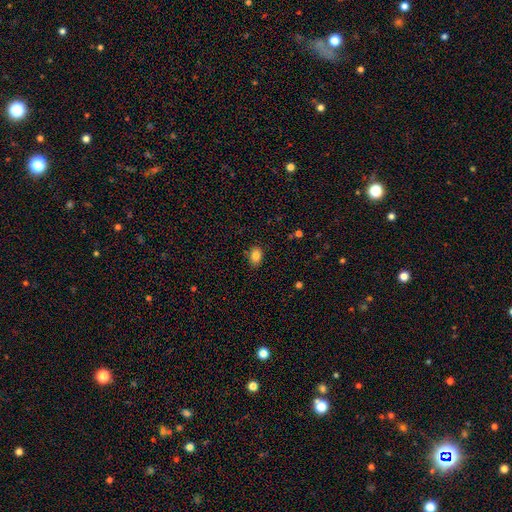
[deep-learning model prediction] Smooth or featured? Predicted: smooth (p=0.85). How rounded? Predicted: in between (p=0.81). Merging? Predicted: none (p=0.82).